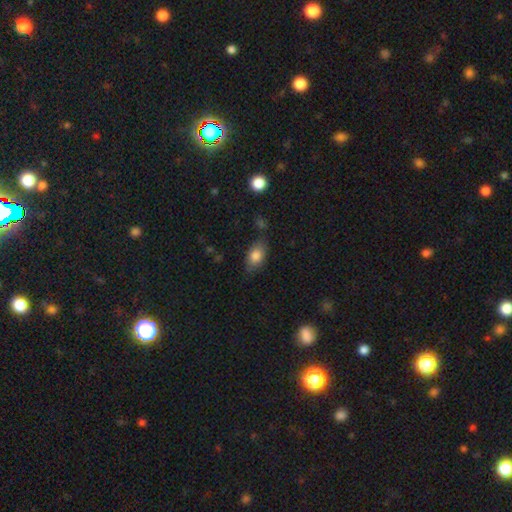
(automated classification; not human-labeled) Q: Smooth or featured?
A: smooth (82%); runner-up: featured or disk (11%)
Q: How rounded?
A: in between (88%); runner-up: round (9%)
Q: Merging?
A: none (74%); runner-up: minor disturbance (19%)